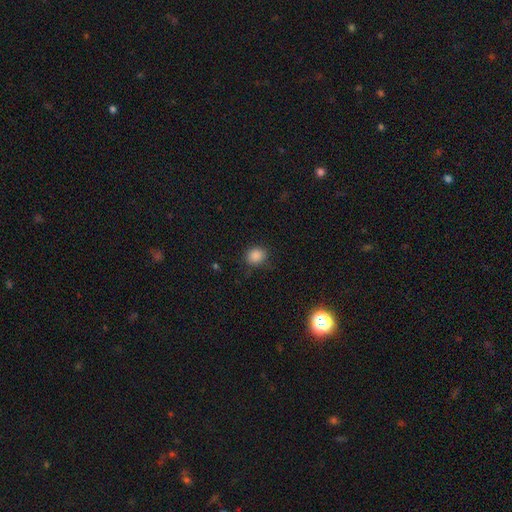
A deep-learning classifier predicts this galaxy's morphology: type=smooth (85%); roundness=round (74%); merging=none (81%).